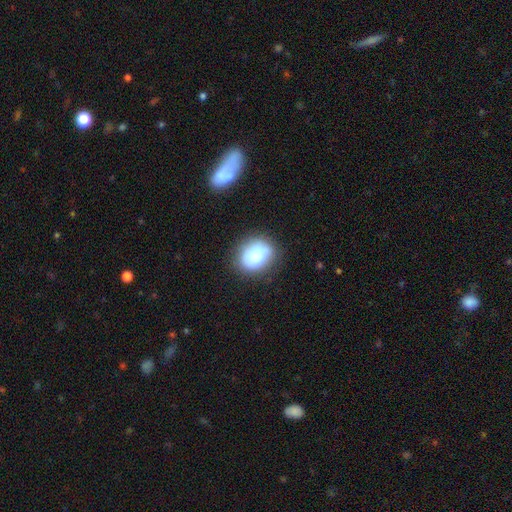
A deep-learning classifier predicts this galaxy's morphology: smooth 74%, featured or disk 17%, star or artifact 9%. Down the decision tree: how rounded — round (53%); merging — none (76%).